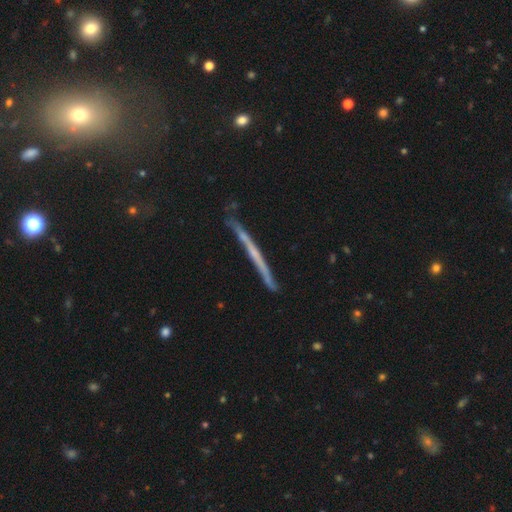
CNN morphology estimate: Q: Smooth or featured?
A: featured or disk (64%); runner-up: smooth (28%)
Q: Edge-on disk?
A: yes (96%); runner-up: no (4%)
Q: Edge-on bulge?
A: none (81%); runner-up: rounded (14%)
Q: Merging?
A: none (81%); runner-up: minor disturbance (14%)